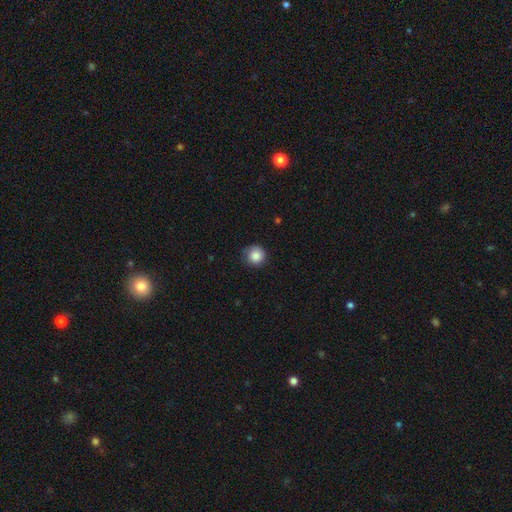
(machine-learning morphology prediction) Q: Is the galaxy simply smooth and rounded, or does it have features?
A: smooth — 85%.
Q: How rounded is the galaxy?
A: round — 93%.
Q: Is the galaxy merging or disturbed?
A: none — 77%.